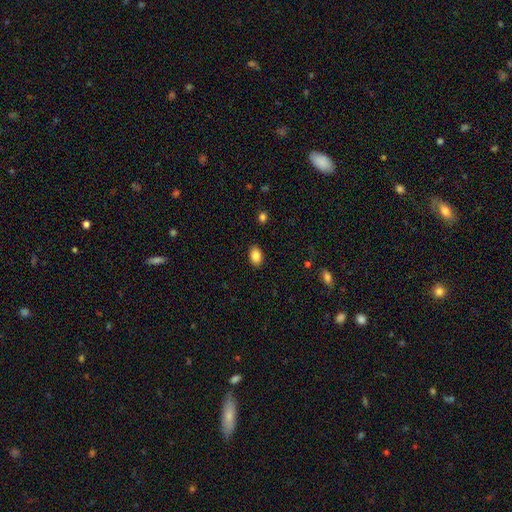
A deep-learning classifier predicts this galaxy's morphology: Overall: smooth (86%). How rounded: in between (81%). Merging: none (88%).